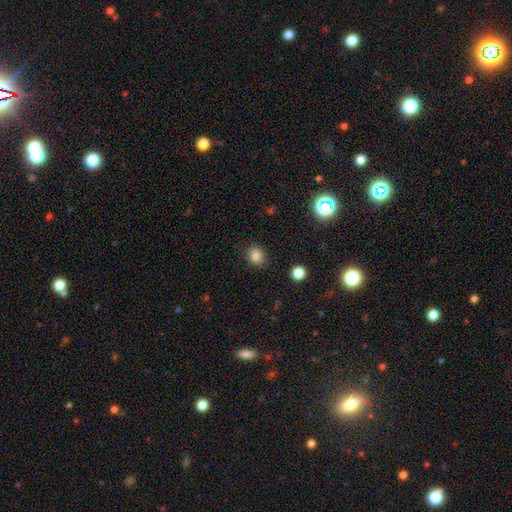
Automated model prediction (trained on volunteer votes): Q: Smooth or featured?
A: smooth (84%); runner-up: star or artifact (12%)
Q: How rounded?
A: round (67%); runner-up: in between (32%)
Q: Merging?
A: none (86%); runner-up: minor disturbance (10%)